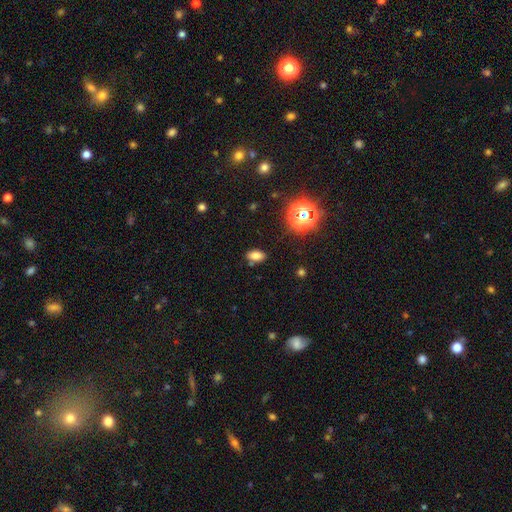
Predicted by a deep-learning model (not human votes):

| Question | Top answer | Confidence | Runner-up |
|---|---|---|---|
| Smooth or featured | smooth | 76% | star or artifact (17%) |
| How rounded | in between | 89% | round (8%) |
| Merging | none | 83% | minor disturbance (11%) |